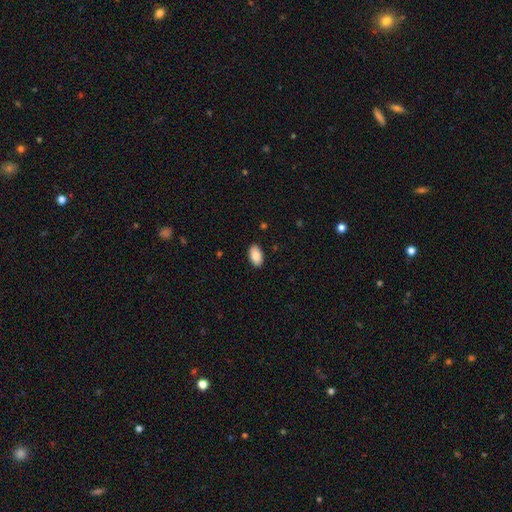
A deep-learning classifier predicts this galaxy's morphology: type=smooth (89%); roundness=in between (94%); merging=none (88%).